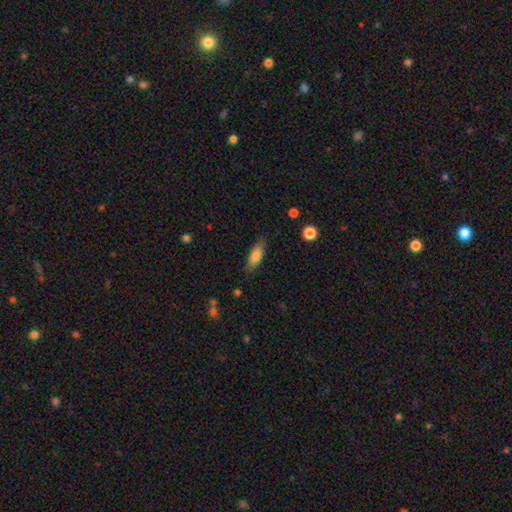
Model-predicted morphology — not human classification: Q: Smooth or featured?
A: smooth (79%); runner-up: featured or disk (14%)
Q: How rounded?
A: in between (66%); runner-up: cigar-shaped (31%)
Q: Merging?
A: none (83%); runner-up: minor disturbance (13%)